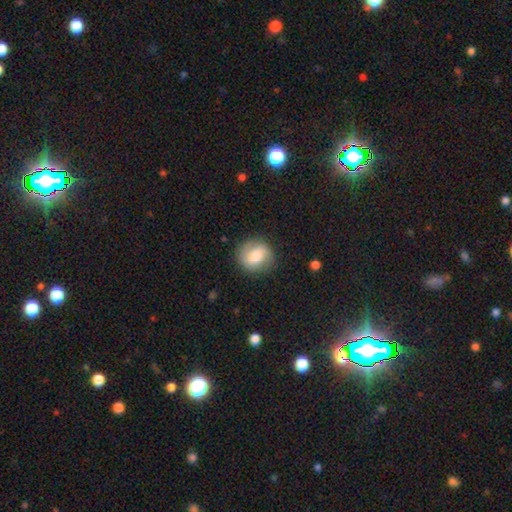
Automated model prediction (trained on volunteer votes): smooth 62%, featured or disk 30%, star or artifact 8%. Down the decision tree: how rounded — round (83%); merging — none (82%).